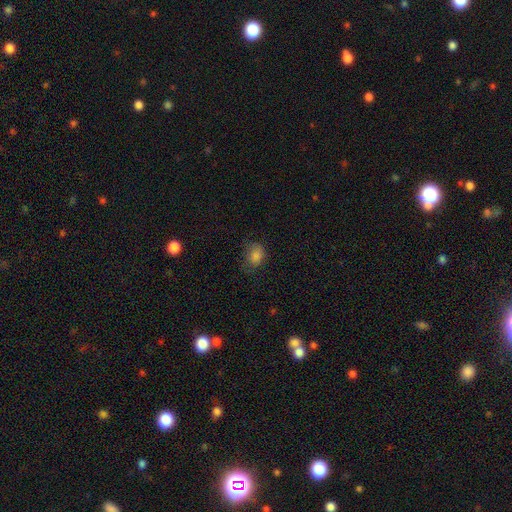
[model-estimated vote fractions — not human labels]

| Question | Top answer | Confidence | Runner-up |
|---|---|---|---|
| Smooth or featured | smooth | 82% | star or artifact (11%) |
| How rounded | in between | 60% | round (39%) |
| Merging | none | 59% | minor disturbance (28%) |